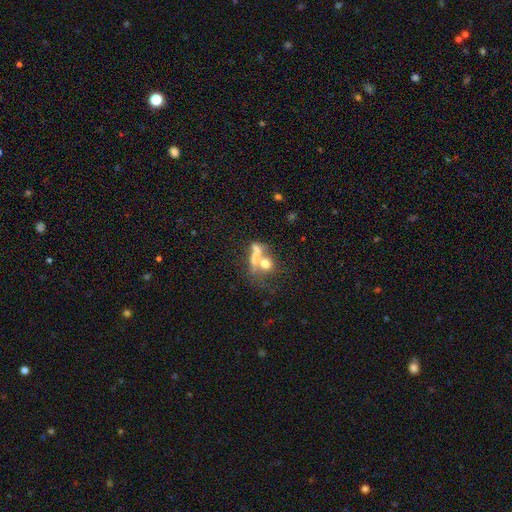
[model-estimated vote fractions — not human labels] Smooth or featured? smooth (58%)
How rounded? in between (45%)
Merging? merger (58%)